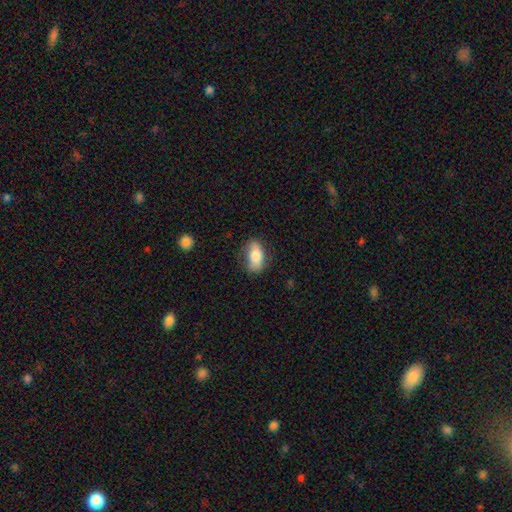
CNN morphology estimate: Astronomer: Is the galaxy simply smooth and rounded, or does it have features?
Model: smooth — 76%.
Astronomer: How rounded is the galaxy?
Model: in between — 86%.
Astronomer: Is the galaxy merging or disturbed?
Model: none — 74%.